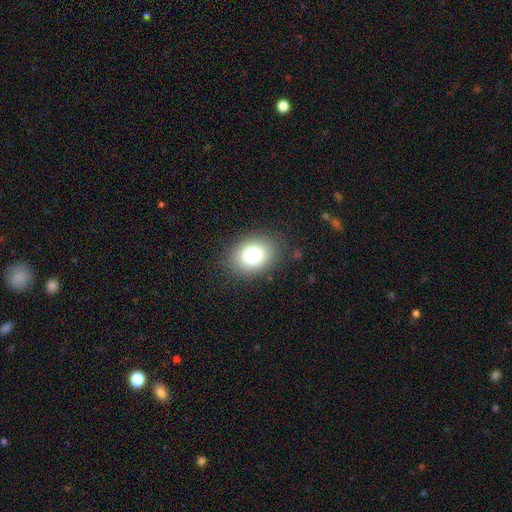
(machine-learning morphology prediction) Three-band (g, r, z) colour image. It shows a smooth galaxy with no disk features (81%) that is in between round and cigar-shaped (67%). Merging: none (87%).